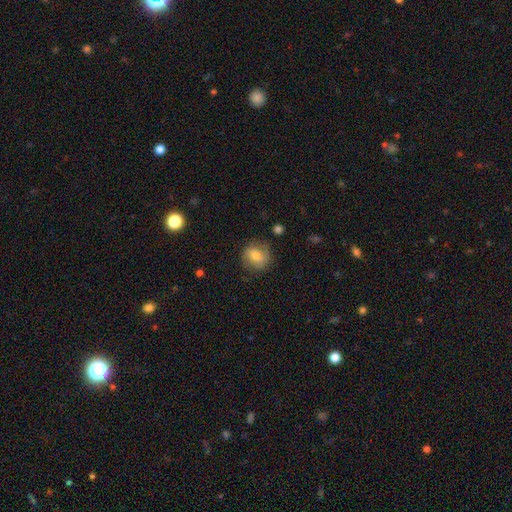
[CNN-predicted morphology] Overall: smooth (69%). How rounded: round (76%). Merging: none (76%).